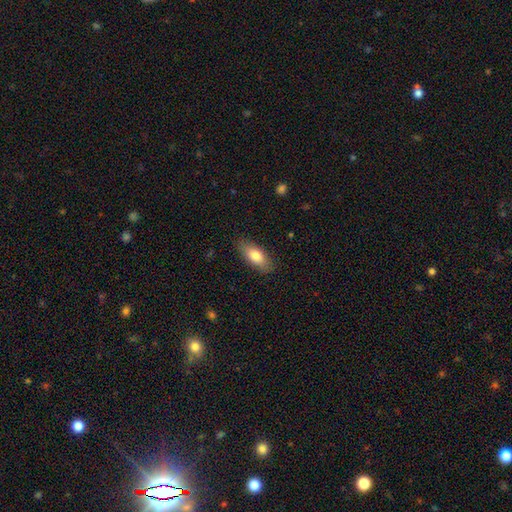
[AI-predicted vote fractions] The model was most divided on "how rounded": in between: 79%, cigar-shaped: 18%, round: 3%. More confident: merging — none (86%); smooth or featured — smooth (78%).